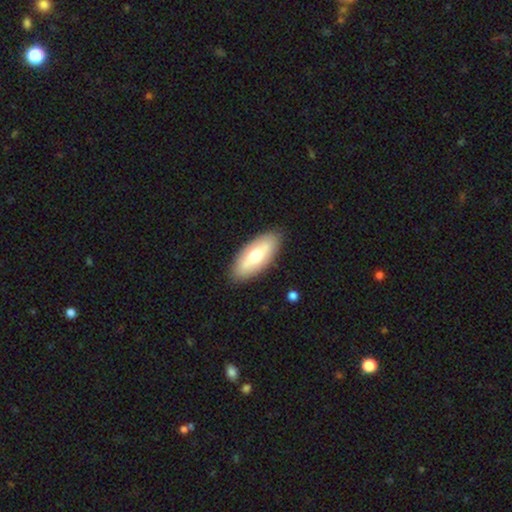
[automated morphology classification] smooth-or-featured: smooth: 63% | featured or disk: 32% | star or artifact: 5%
  how-rounded: in between: 85% | cigar-shaped: 13% | round: 2%
  merging: none: 87% | minor disturbance: 9% | major disturbance: 2% | merger: 1%